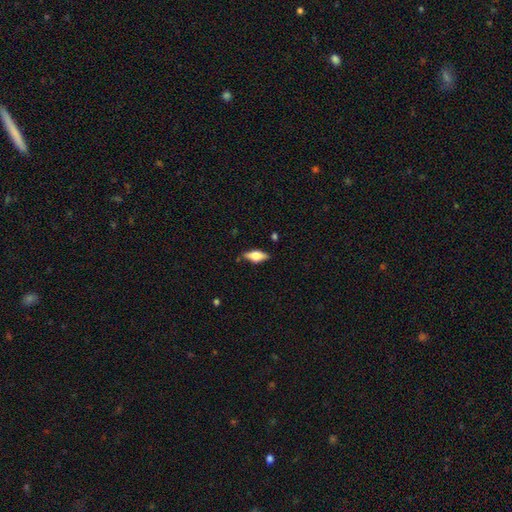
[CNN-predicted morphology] This appears to be a smooth galaxy with no disk features (53%) that is in between round and cigar-shaped (75%). Merging: none (82%).